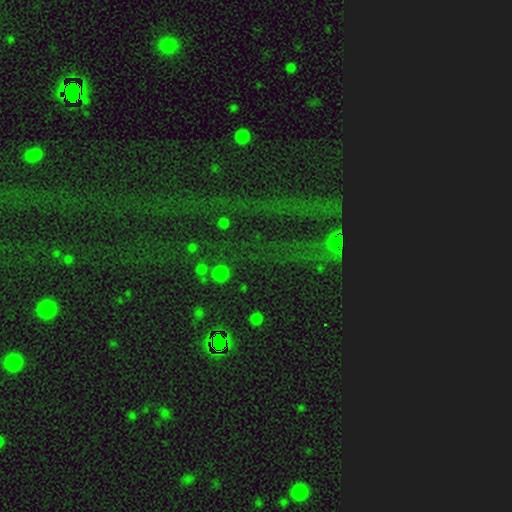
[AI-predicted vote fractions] star or artifact 81%, smooth 11%, featured or disk 8%.